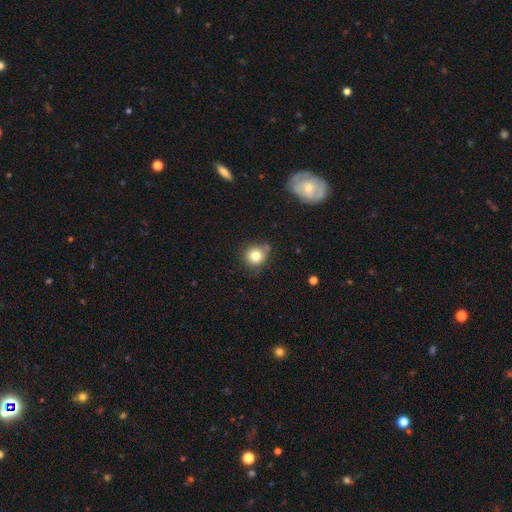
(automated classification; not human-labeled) Smooth or featured? Predicted: smooth (p=0.81). How rounded? Predicted: round (p=0.89). Merging? Predicted: none (p=0.71).